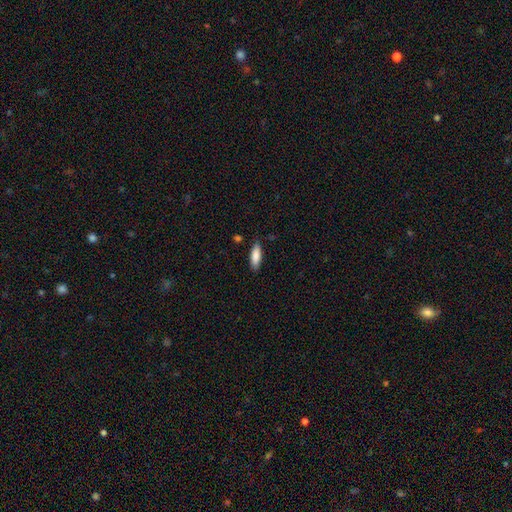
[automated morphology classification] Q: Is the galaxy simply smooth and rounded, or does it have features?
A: smooth — 85%.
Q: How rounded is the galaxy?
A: in between — 58%.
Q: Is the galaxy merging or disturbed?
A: none — 83%.